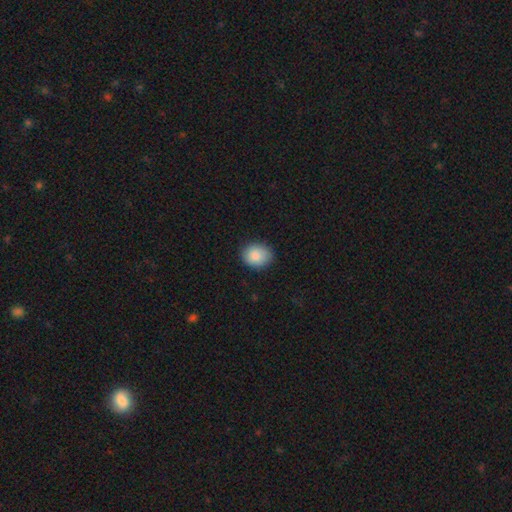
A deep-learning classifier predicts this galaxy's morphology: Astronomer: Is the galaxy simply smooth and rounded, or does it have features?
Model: smooth — 88%.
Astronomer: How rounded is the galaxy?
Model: round — 51% (runner-up: in between, 48%).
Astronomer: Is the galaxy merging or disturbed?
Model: none — 85%.